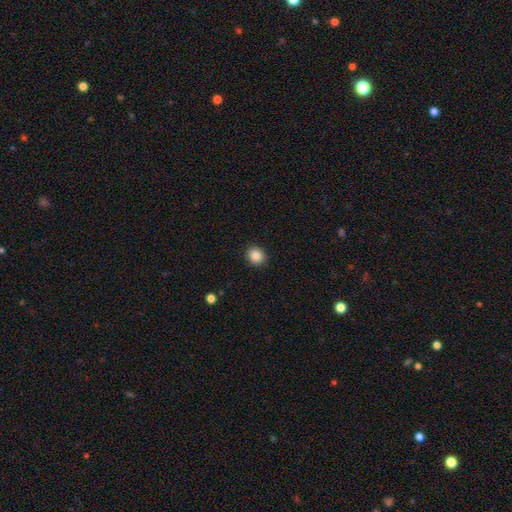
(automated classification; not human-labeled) This is clearly a smooth galaxy (87%). How rounded: likely round (74%). Merging: clearly none (91%).